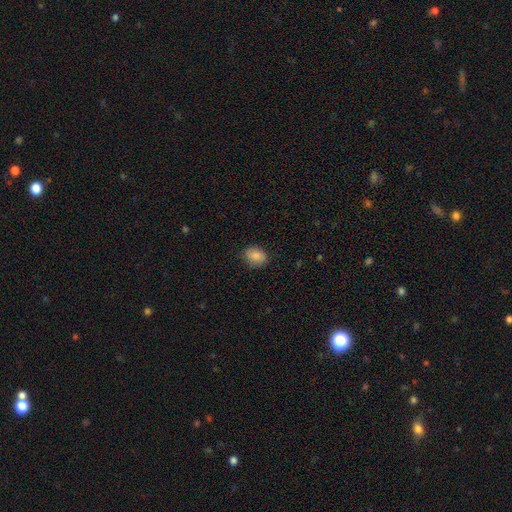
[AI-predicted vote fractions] Overall: smooth (86%). How rounded: in between (63%; round 36%). Merging: none (84%).